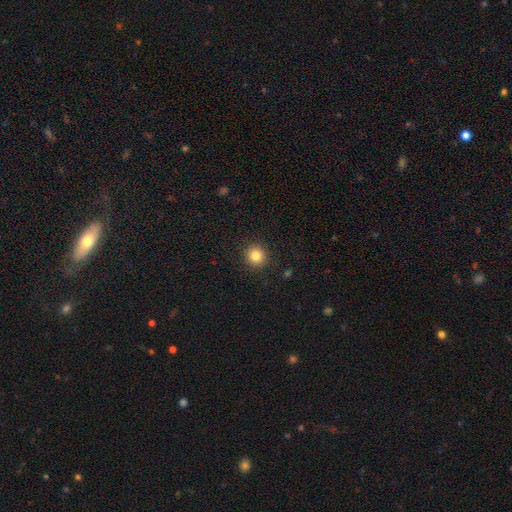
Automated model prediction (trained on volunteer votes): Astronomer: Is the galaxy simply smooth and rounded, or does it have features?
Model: smooth — 83%.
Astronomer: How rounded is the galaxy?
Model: round — 91%.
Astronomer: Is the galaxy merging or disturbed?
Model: none — 91%.